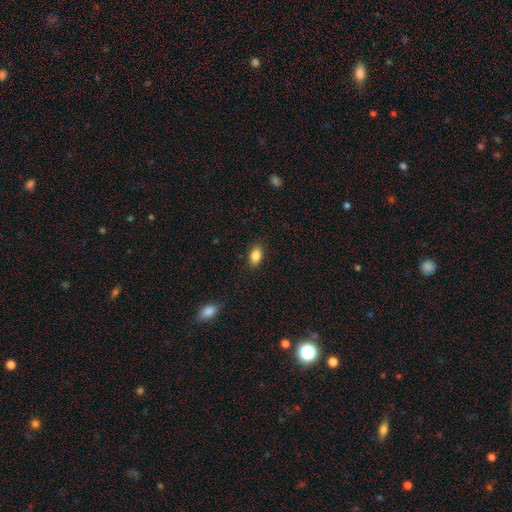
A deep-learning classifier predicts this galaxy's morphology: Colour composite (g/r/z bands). It shows a smooth galaxy with no disk features (86%) that is in between round and cigar-shaped (89%). Merging: none (87%).